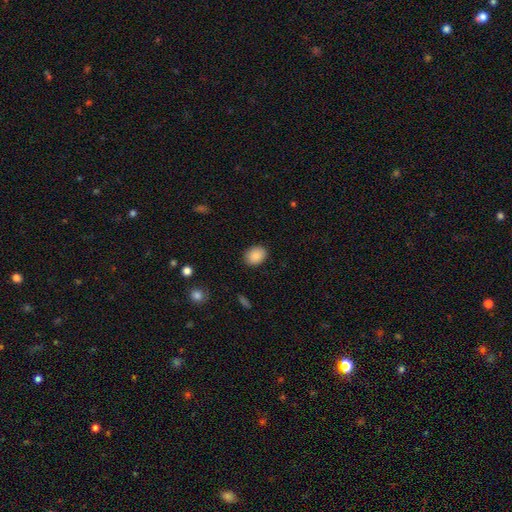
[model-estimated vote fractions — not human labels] Smooth or featured? Predicted: smooth (p=0.89). How rounded? Predicted: in between (p=0.60). Merging? Predicted: none (p=0.88).